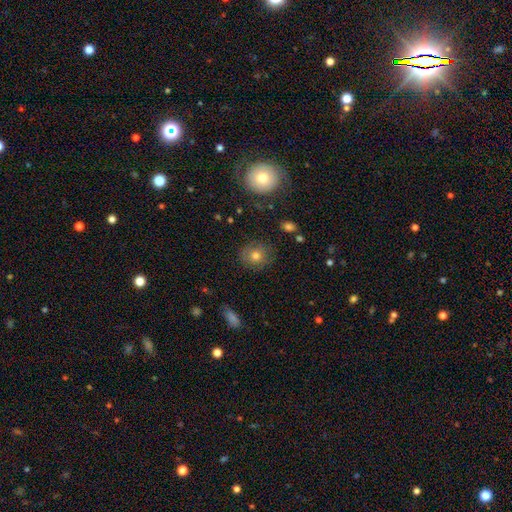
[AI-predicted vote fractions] Smooth or featured: smooth — 68% (featured or disk — 18%)
How rounded: round — 80% (in between — 19%)
Merging: none — 82% (minor disturbance — 12%)